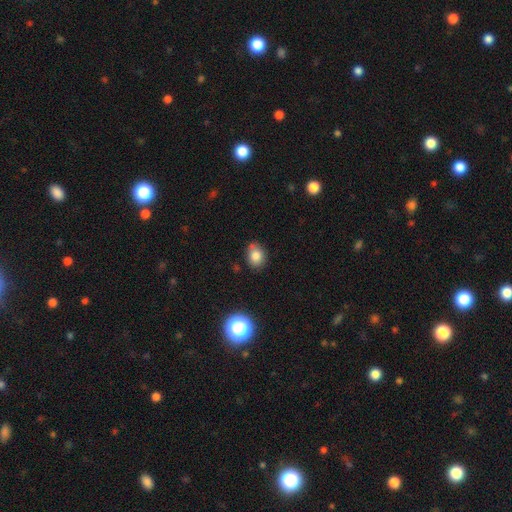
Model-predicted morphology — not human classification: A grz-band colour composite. It shows a smooth galaxy with no disk features (80%) that is in between round and cigar-shaped (53%). Merging: none (70%).